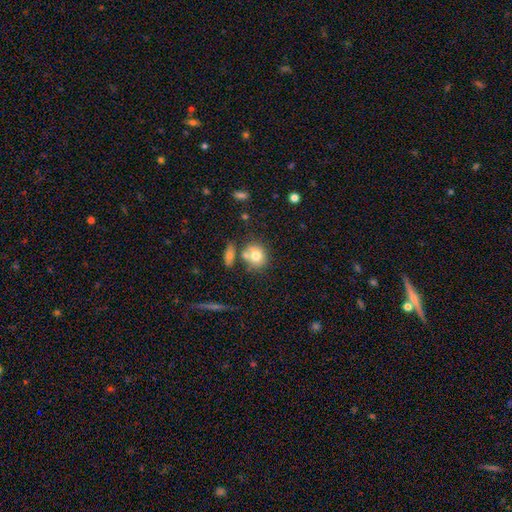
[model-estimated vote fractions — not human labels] smooth_or_featured: smooth (p=0.74) [alt: featured or disk p=0.17]
how_rounded: round (p=0.65) [alt: in between p=0.34]
merging: none (p=0.52) [alt: merger p=0.29]